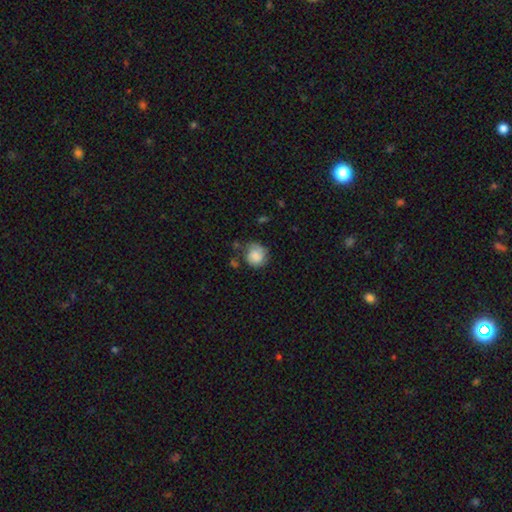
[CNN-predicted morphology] smooth-or-featured: smooth: 66% | featured or disk: 26% | star or artifact: 8%
  how-rounded: round: 82% | in between: 17% | cigar-shaped: 1%
  merging: none: 56% | minor disturbance: 28% | major disturbance: 11% | merger: 5%